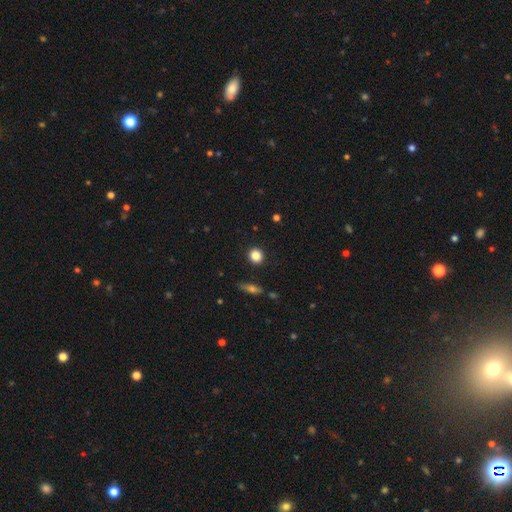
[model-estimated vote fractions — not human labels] This is clearly a smooth galaxy (85%). How rounded: clearly round (85%). Merging: clearly none (90%).